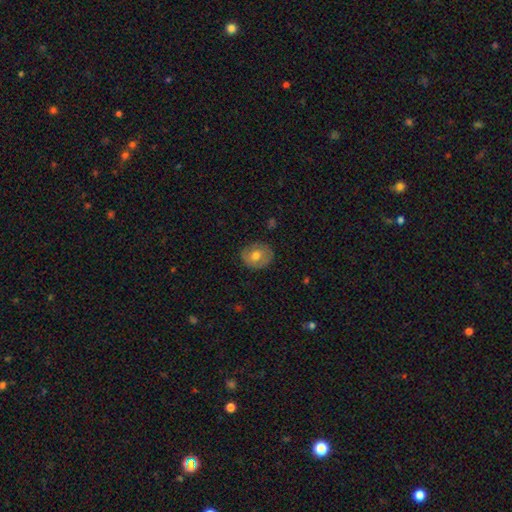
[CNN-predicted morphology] A smooth galaxy with no disk features (64%) that is round (69%).

Vote fractions:
- Smooth or featured? smooth: 64% / featured or disk: 28% / star or artifact: 8%
- How rounded? round: 69% / in between: 30% / cigar-shaped: 1%
- Merging? none: 82% / minor disturbance: 14% / major disturbance: 3% / merger: 1%